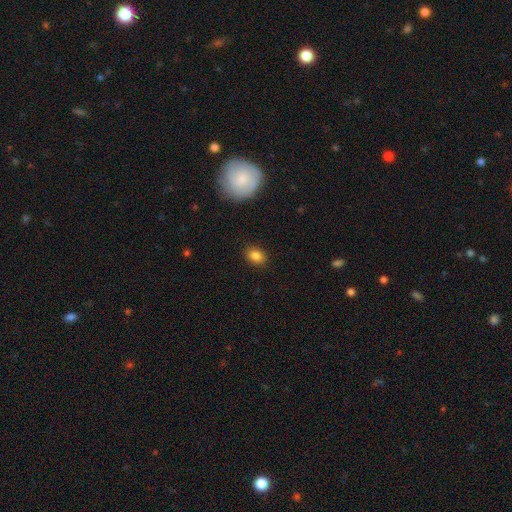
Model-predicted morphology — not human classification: smooth 84%, star or artifact 10%, featured or disk 6%. Down the decision tree: how rounded — in between (70%); merging — none (87%).